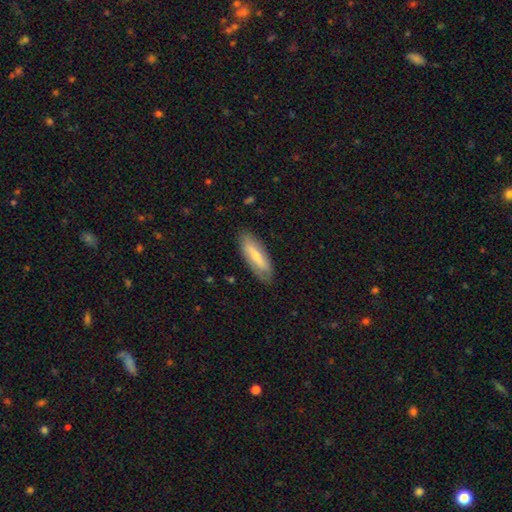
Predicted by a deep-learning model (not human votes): This appears to be a smooth galaxy with no disk features (52%) that is in between round and cigar-shaped (59%). Merging: none (83%).